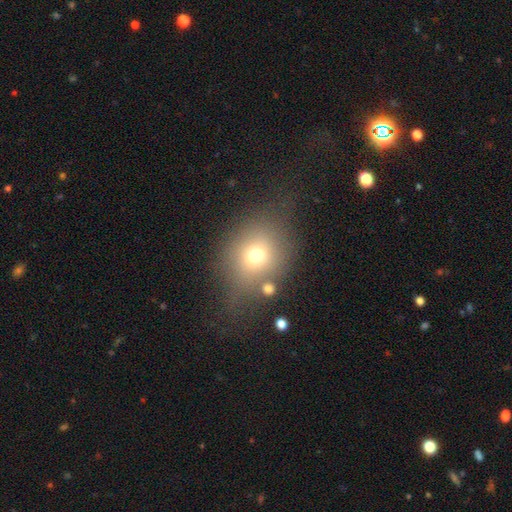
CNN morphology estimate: This is likely a smooth galaxy (64%). How rounded: possibly round (59%). Merging: possibly none (58%).